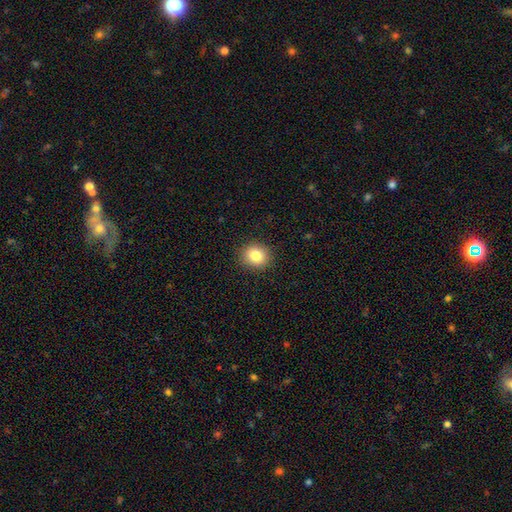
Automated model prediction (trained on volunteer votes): Smooth or featured: smooth — 83% (star or artifact — 10%)
How rounded: round — 76% (in between — 23%)
Merging: none — 90% (minor disturbance — 7%)